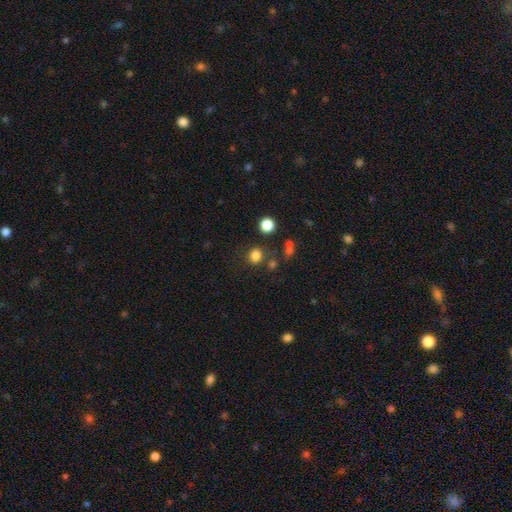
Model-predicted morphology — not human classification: A smooth galaxy with no disk features (80%) that is round (81%).

Vote fractions:
- Smooth or featured? smooth: 80% / star or artifact: 15% / featured or disk: 5%
- How rounded? round: 81% / in between: 18% / cigar-shaped: 1%
- Merging? none: 78% / minor disturbance: 10% / merger: 8% / major disturbance: 4%